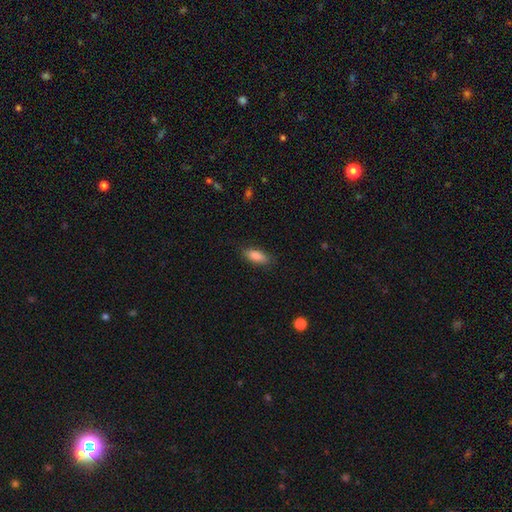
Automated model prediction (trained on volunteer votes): Smooth or featured: smooth — 86% (featured or disk — 7%)
How rounded: in between — 76% (cigar-shaped — 22%)
Merging: none — 83% (minor disturbance — 13%)